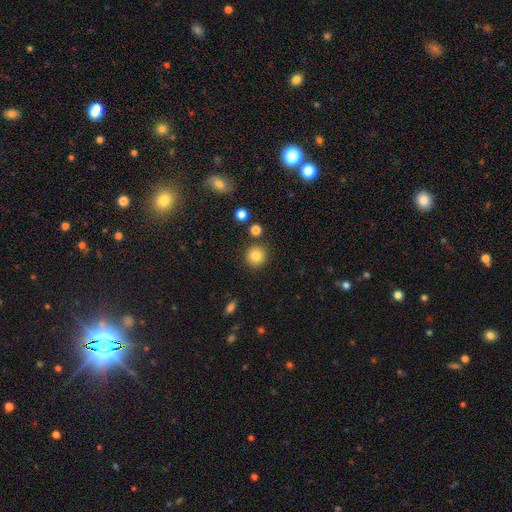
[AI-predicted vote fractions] smooth-or-featured: smooth: 83% | star or artifact: 11% | featured or disk: 6%
  how-rounded: round: 94% | in between: 5% | cigar-shaped: 1%
  merging: none: 88% | minor disturbance: 6% | merger: 4% | major disturbance: 2%